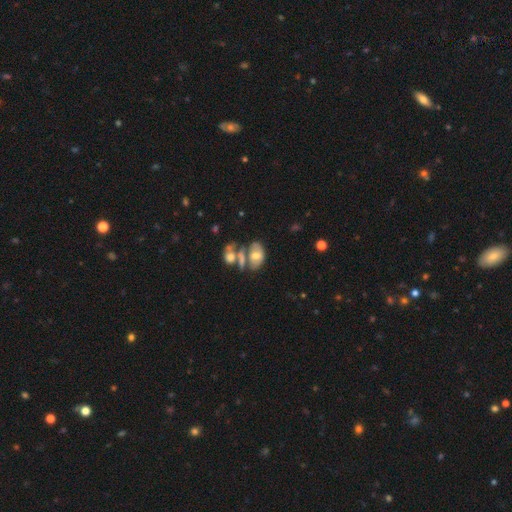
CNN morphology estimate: Smooth or featured: smooth — 52% (featured or disk — 37%)
How rounded: in between — 85% (round — 13%)
Merging: merger — 46% (none — 24%)